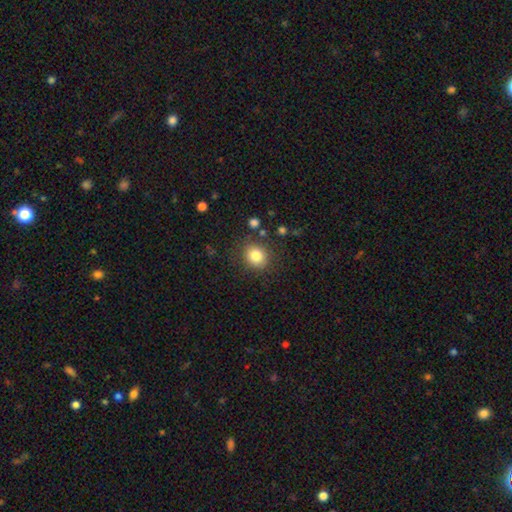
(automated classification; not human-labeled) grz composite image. It shows a smooth galaxy with no disk features (83%) that is round (74%). Merging: none (84%).